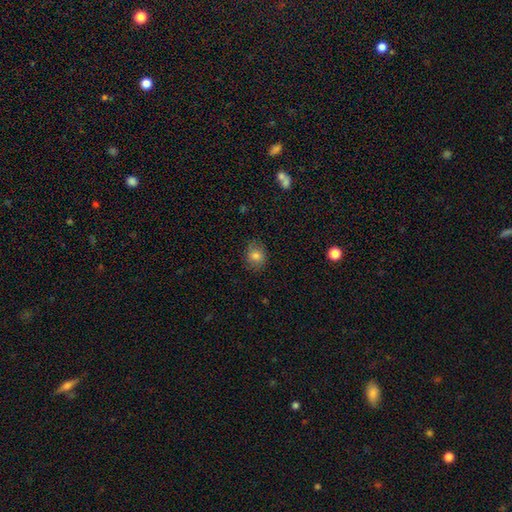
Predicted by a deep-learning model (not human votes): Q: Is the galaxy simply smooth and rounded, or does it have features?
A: smooth — 79%.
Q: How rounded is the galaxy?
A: round — 71%.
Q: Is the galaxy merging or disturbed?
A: none — 81%.